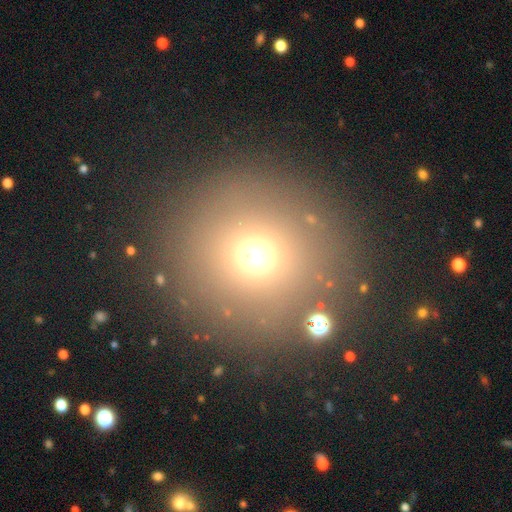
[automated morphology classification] Smooth or featured? smooth (65%)
How rounded? round (94%)
Merging? none (85%)